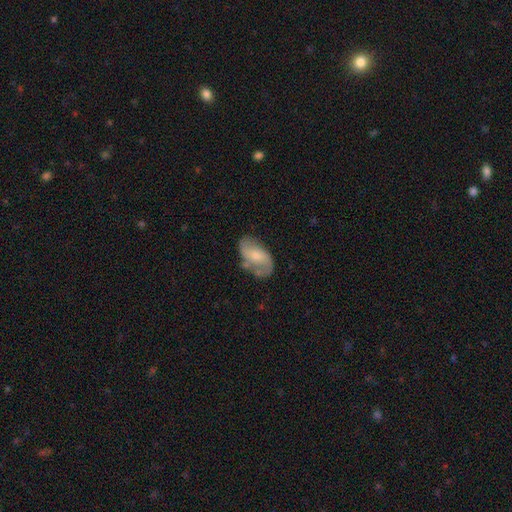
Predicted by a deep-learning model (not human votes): Q: Smooth or featured?
A: featured or disk (61%); runner-up: smooth (33%)
Q: Edge-on disk?
A: no (95%); runner-up: yes (5%)
Q: Bar?
A: no (54%); runner-up: weak (33%)
Q: Spiral arms?
A: yes (81%); runner-up: no (19%)
Q: Bulge size?
A: small (58%); runner-up: moderate (35%)
Q: Merging?
A: none (59%); runner-up: minor disturbance (25%)